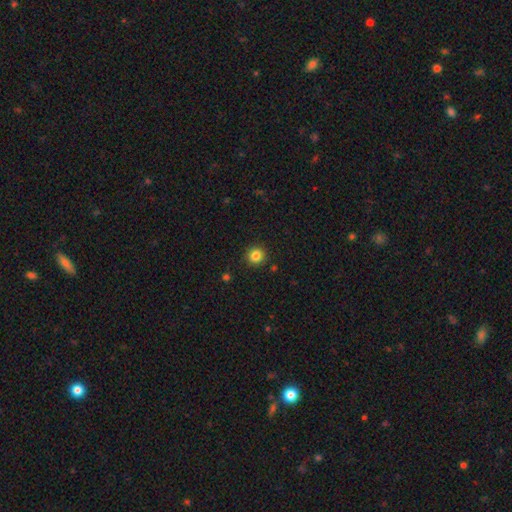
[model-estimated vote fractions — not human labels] Morphology: type=smooth (84%); roundness=round (94%); merging=none (92%).